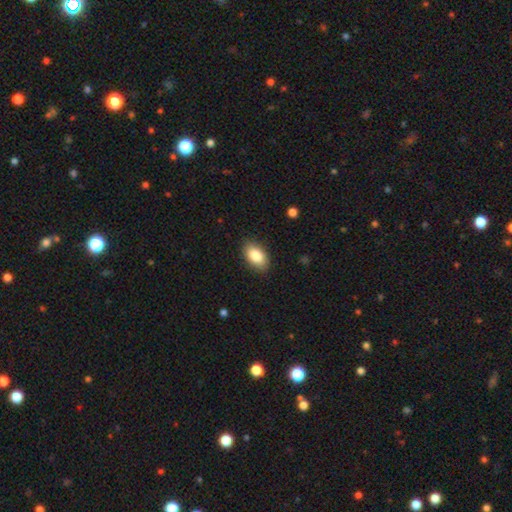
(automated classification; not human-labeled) Q: Smooth or featured?
A: smooth (86%); runner-up: featured or disk (7%)
Q: How rounded?
A: in between (93%); runner-up: round (5%)
Q: Merging?
A: none (87%); runner-up: minor disturbance (9%)